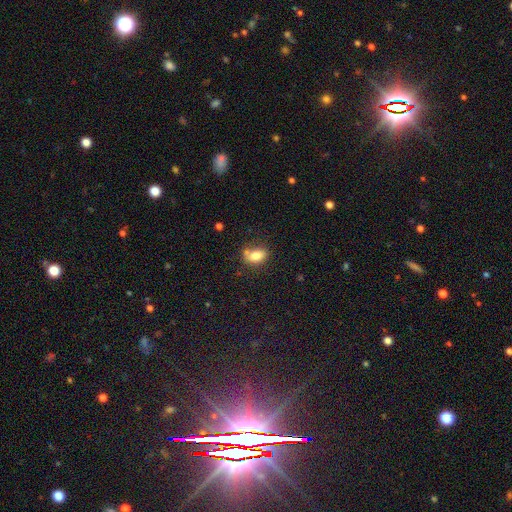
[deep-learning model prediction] Smooth or featured? Predicted: smooth (p=0.80). How rounded? Predicted: in between (p=0.82). Merging? Predicted: none (p=0.59).